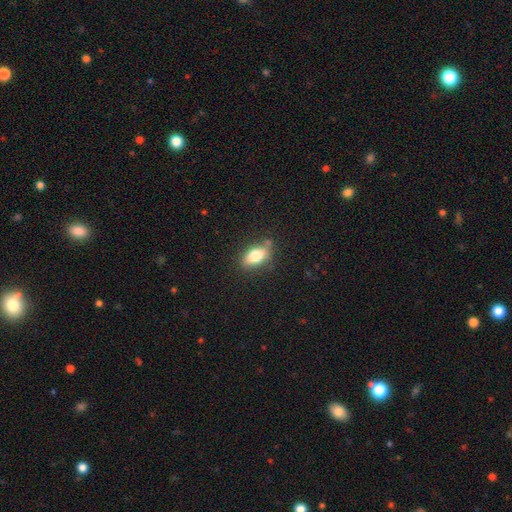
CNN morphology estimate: Overall: smooth (75%). How rounded: in between (84%). Merging: none (77%).